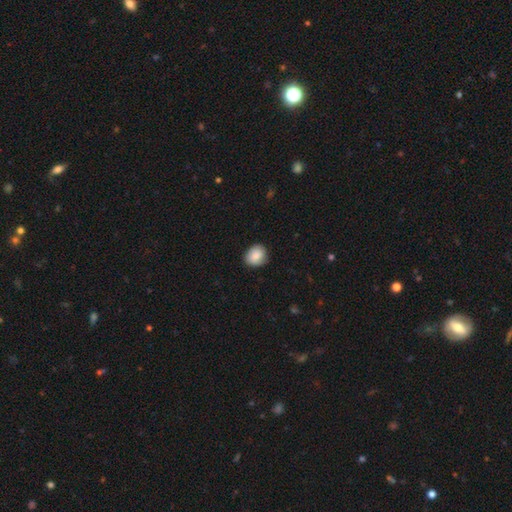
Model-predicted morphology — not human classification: smooth-or-featured: smooth: 79% | featured or disk: 14% | star or artifact: 7%
  how-rounded: round: 64% | in between: 35% | cigar-shaped: 1%
  merging: none: 77% | minor disturbance: 19% | major disturbance: 3% | merger: 1%